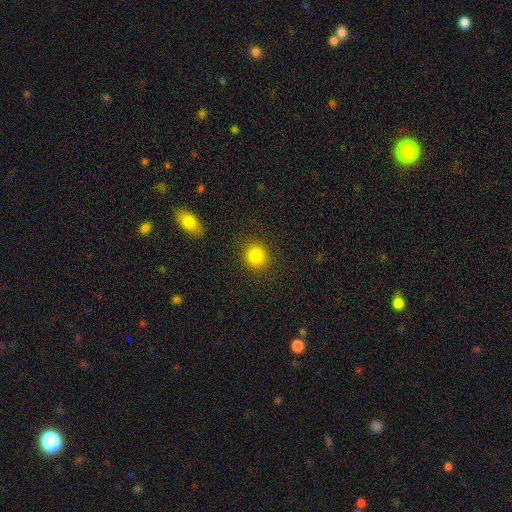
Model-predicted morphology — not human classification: Q: Smooth or featured?
A: smooth (83%); runner-up: star or artifact (11%)
Q: How rounded?
A: round (86%); runner-up: in between (13%)
Q: Merging?
A: none (89%); runner-up: minor disturbance (7%)